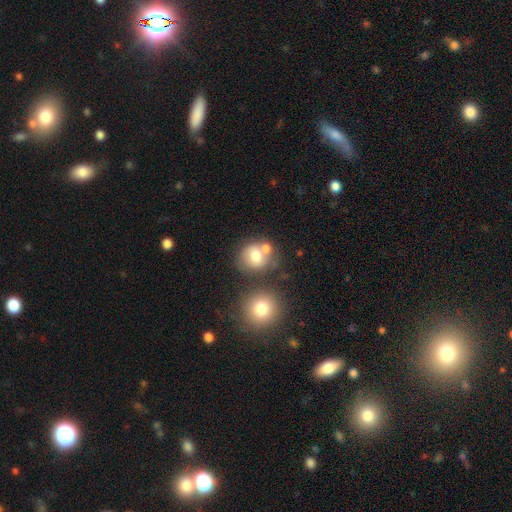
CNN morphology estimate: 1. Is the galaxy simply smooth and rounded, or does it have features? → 72% smooth, 17% featured or disk, 11% star or artifact.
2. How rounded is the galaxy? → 78% round, 21% in between, 1% cigar-shaped.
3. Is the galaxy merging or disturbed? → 50% none, 31% merger, 13% minor disturbance, 6% major disturbance.